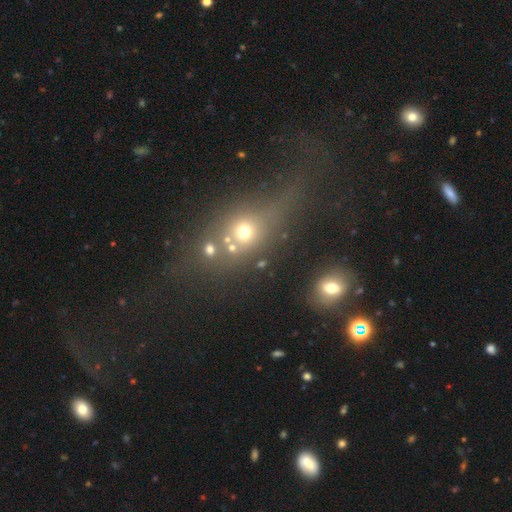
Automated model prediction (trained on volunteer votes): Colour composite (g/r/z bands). It shows a smooth galaxy with no disk features (39%). Merging: none (36%).